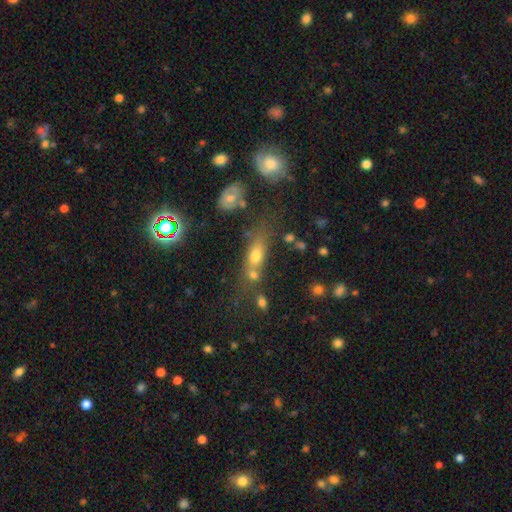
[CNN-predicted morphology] The model was most divided on "how rounded": in between: 45%, cigar-shaped: 37%, round: 19%. Remaining: smooth or featured — smooth (55%); merging — none (49%).